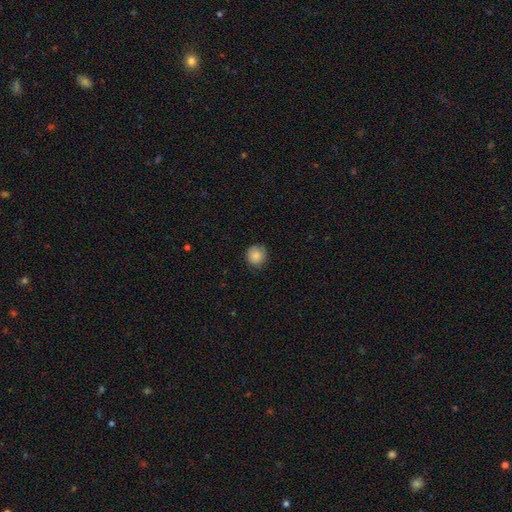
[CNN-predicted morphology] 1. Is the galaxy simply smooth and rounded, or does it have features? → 86% smooth, 8% star or artifact, 5% featured or disk.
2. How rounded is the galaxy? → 92% round, 7% in between, 1% cigar-shaped.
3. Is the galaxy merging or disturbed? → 82% none, 14% minor disturbance, 3% major disturbance, 1% merger.